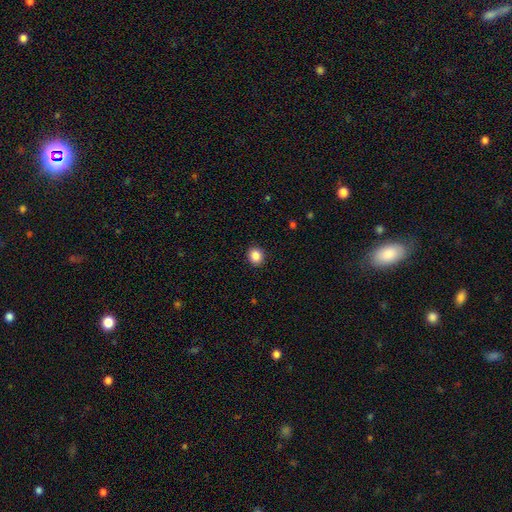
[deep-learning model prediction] Smooth or featured?
  - smooth: 86% *
  - star or artifact: 10%
  - featured or disk: 4%
How rounded?
  - round: 77% *
  - in between: 22%
  - cigar-shaped: 1%
Merging?
  - none: 92% *
  - minor disturbance: 6%
  - major disturbance: 2%
  - merger: 1%